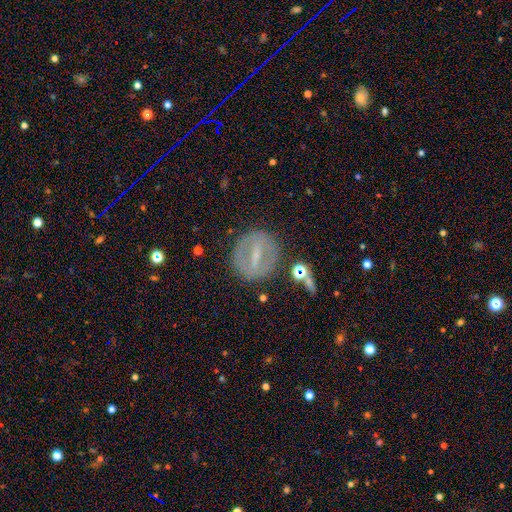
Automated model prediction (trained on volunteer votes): Overall: featured or disk (64%; smooth 26%). Edge-on disk: no (83%). Bar: strong (70%). Spiral arms: no (69%; yes 31%). Bulge size: small (49%; none 25%). Merging: none (80%).